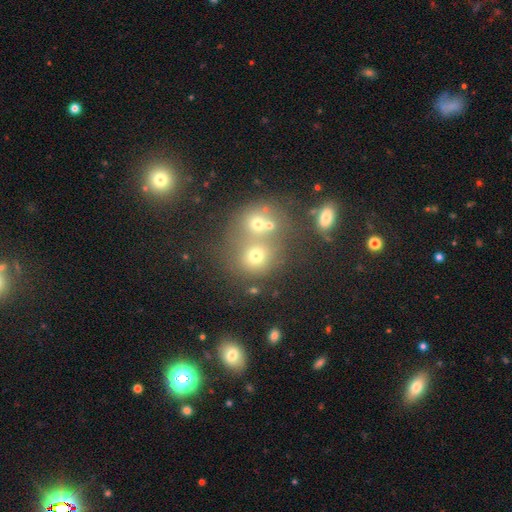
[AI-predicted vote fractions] This appears to be a smooth galaxy with no disk features (64%) that is round (78%). Merging: none (45%).